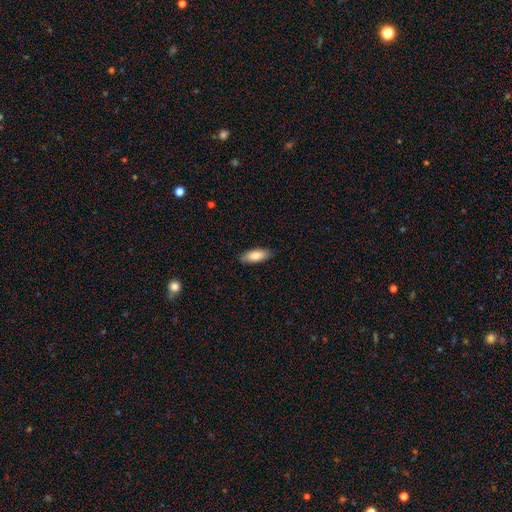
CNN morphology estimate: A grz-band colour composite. It shows a smooth galaxy with no disk features (82%) that is in between round and cigar-shaped (78%). Merging: none (87%).